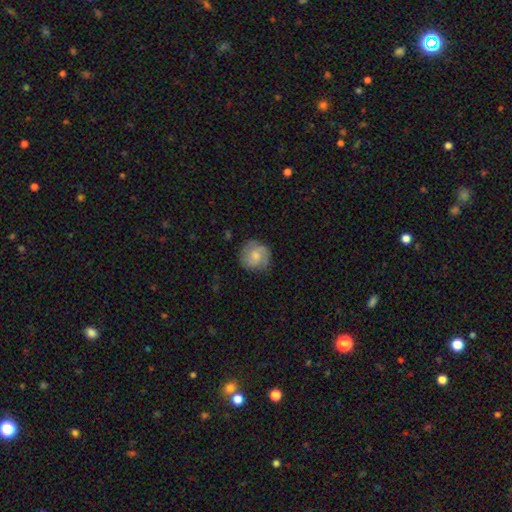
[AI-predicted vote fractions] Smooth or featured?
  - featured or disk: 57% *
  - smooth: 37%
  - star or artifact: 7%
Edge-on disk?
  - no: 98% *
  - yes: 2%
Bar?
  - no: 63% *
  - weak: 33%
  - strong: 4%
Spiral arms?
  - yes: 91% *
  - no: 9%
Spiral winding?
  - tight: 49% *
  - medium: 40%
  - loose: 12%
Spiral arm count?
  - 2: 58% *
  - can't tell: 17%
  - 3: 16%
  - 1: 4%
  - 4: 3%
  - more than 4: 3%
Bulge size?
  - moderate: 45% *
  - small: 44%
  - none: 7%
  - large: 4%
  - dominant: 1%
Merging?
  - none: 81% *
  - minor disturbance: 14%
  - major disturbance: 4%
  - merger: 1%